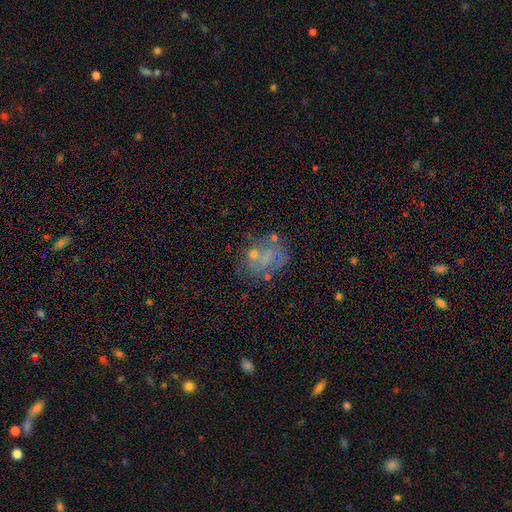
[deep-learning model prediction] smooth_or_featured: featured or disk (p=0.47) [alt: smooth p=0.37]
merging: none (p=0.48) [alt: minor disturbance p=0.20]